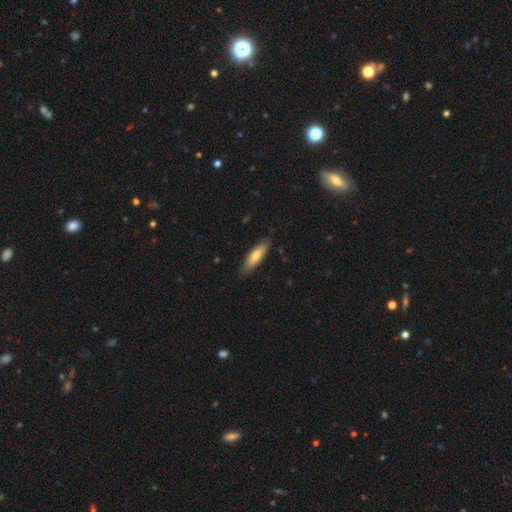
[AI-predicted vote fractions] Smooth or featured?
  - smooth: 70% *
  - featured or disk: 25%
  - star or artifact: 6%
How rounded?
  - cigar-shaped: 58% *
  - in between: 40%
  - round: 2%
Merging?
  - none: 84% *
  - minor disturbance: 13%
  - major disturbance: 2%
  - merger: 1%